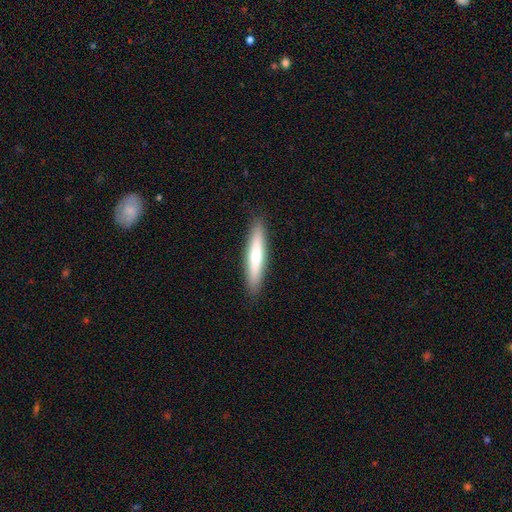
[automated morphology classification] smooth-or-featured: smooth: 60% | featured or disk: 34% | star or artifact: 6%
  how-rounded: cigar-shaped: 91% | in between: 8% | round: 1%
  merging: none: 91% | minor disturbance: 6% | major disturbance: 1% | merger: 1%